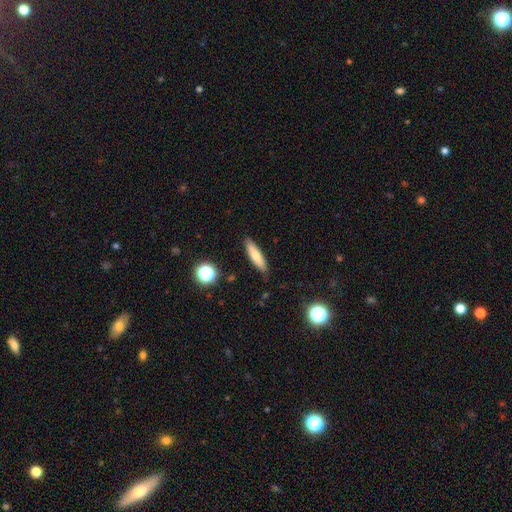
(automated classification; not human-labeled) Morphology: type=smooth (69%); roundness=cigar-shaped (73%); merging=none (86%).